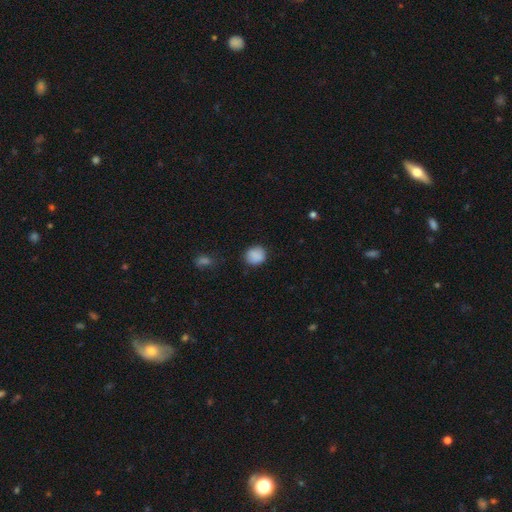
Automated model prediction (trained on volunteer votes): Smooth or featured? smooth (87%)
How rounded? round (80%)
Merging? none (83%)